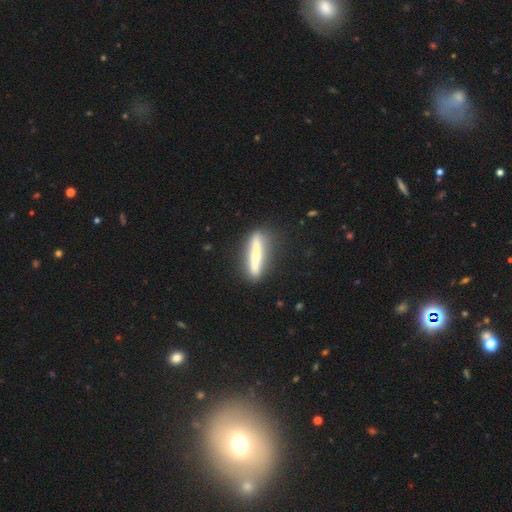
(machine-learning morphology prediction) A featured or disk galaxy (51%) viewed edge-on (85%). Merging: none (85%).